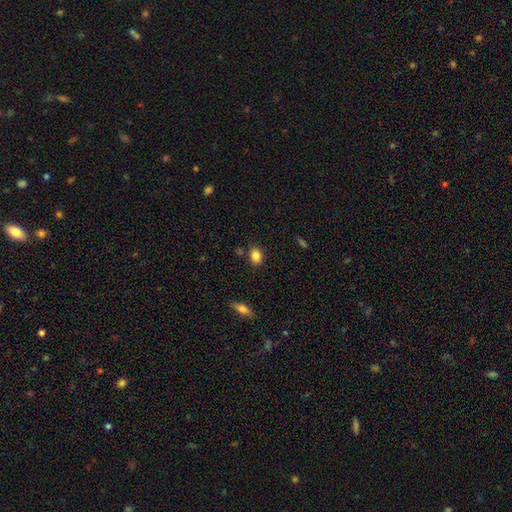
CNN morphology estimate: This appears to be a smooth galaxy with no disk features (84%) that is in between round and cigar-shaped (50%). Merging: none (81%).